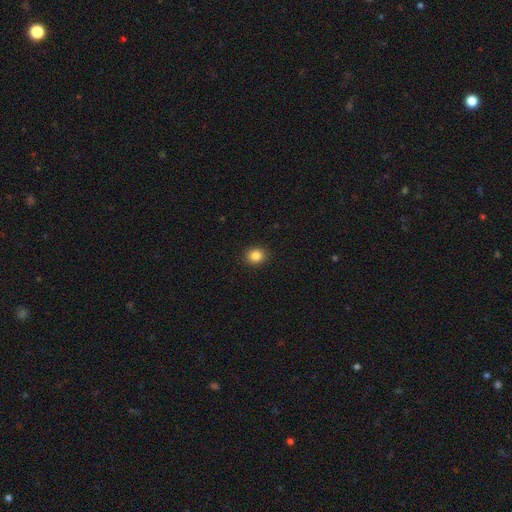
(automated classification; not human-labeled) smooth_or_featured: smooth (p=0.85) [alt: star or artifact p=0.10]
how_rounded: round (p=0.75) [alt: in between p=0.24]
merging: none (p=0.91) [alt: minor disturbance p=0.06]